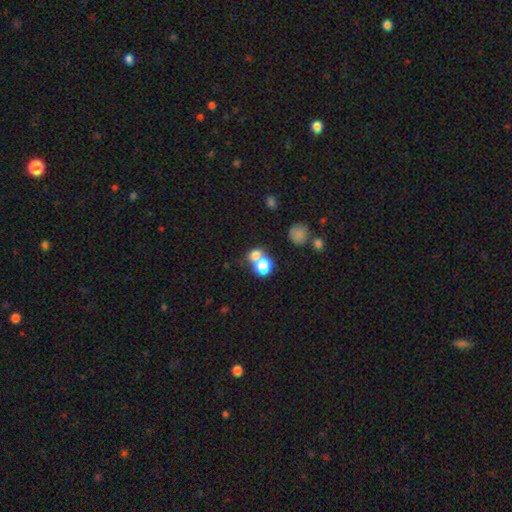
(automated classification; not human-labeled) Q: Smooth or featured?
A: smooth (74%); runner-up: star or artifact (16%)
Q: How rounded?
A: round (67%); runner-up: in between (32%)
Q: Merging?
A: merger (47%); runner-up: none (41%)